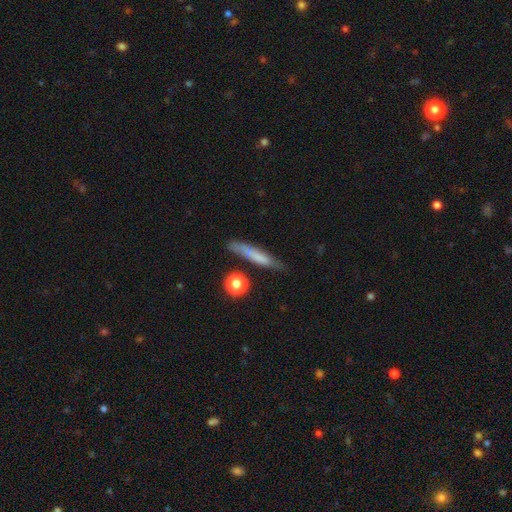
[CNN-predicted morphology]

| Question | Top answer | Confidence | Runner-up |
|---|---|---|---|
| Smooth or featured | smooth | 63% | featured or disk (28%) |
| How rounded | cigar-shaped | 89% | in between (8%) |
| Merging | none | 72% | minor disturbance (18%) |